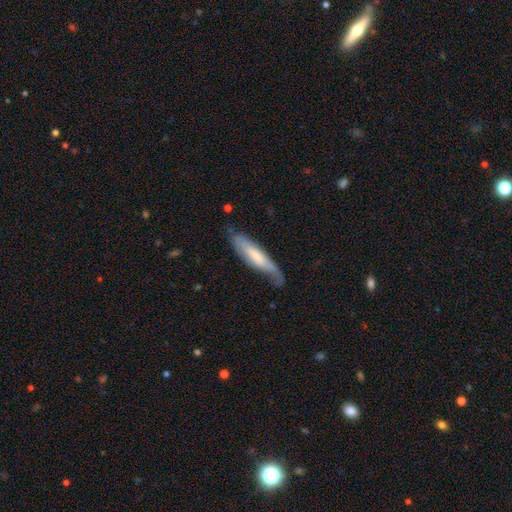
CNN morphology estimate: Smooth or featured: featured or disk — 54% (smooth — 40%)
Edge-on disk: no — 57% (yes — 43%)
Merging: none — 57% (minor disturbance — 28%)